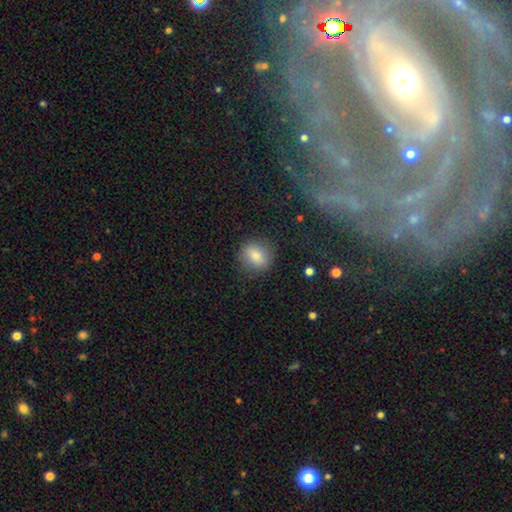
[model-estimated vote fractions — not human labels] A smooth galaxy with no disk features (84%) that is round (67%).

Vote fractions:
- Smooth or featured? smooth: 84% / star or artifact: 9% / featured or disk: 7%
- How rounded? round: 67% / in between: 32% / cigar-shaped: 1%
- Merging? none: 83% / minor disturbance: 12% / major disturbance: 4% / merger: 1%